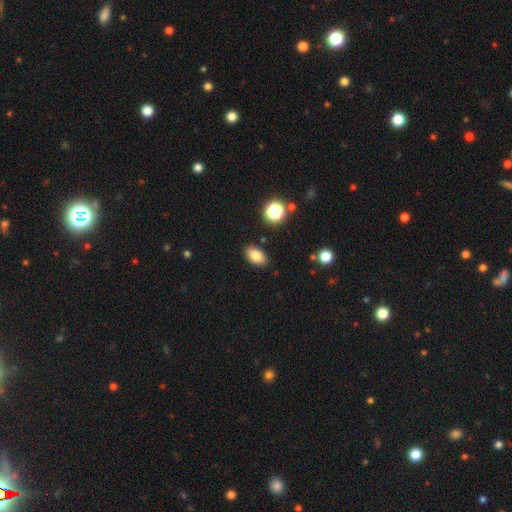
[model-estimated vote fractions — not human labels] A smooth galaxy with no disk features (82%) that is in between round and cigar-shaped (91%). Merging: none (87%).